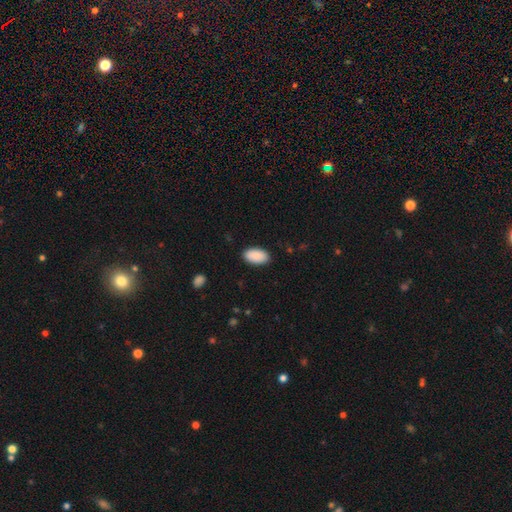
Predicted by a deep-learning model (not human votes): smooth-or-featured: smooth: 91% | star or artifact: 6% | featured or disk: 3%
  how-rounded: in between: 96% | round: 3% | cigar-shaped: 2%
  merging: none: 89% | minor disturbance: 8% | major disturbance: 2% | merger: 1%